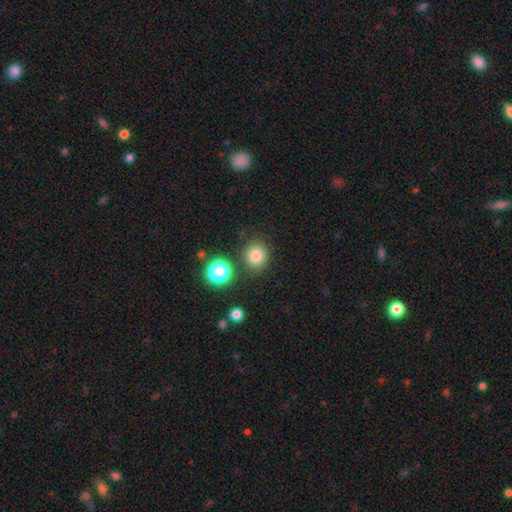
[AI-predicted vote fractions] smooth 80%, star or artifact 14%, featured or disk 6%. Down the decision tree: how rounded — round (85%); merging — none (83%).